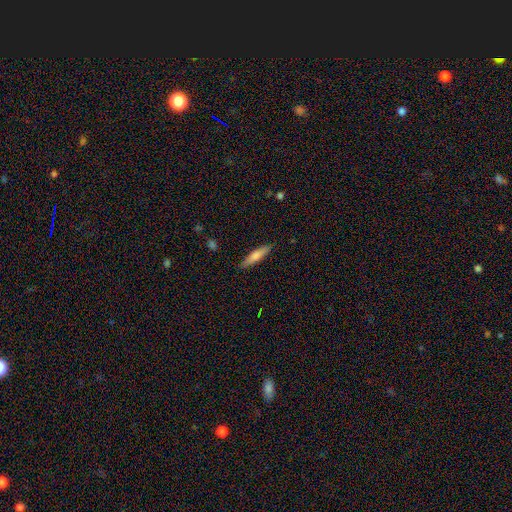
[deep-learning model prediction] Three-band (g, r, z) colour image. It shows a smooth galaxy with no disk features (66%) that is cigar-shaped (84%). Merging: none (89%).